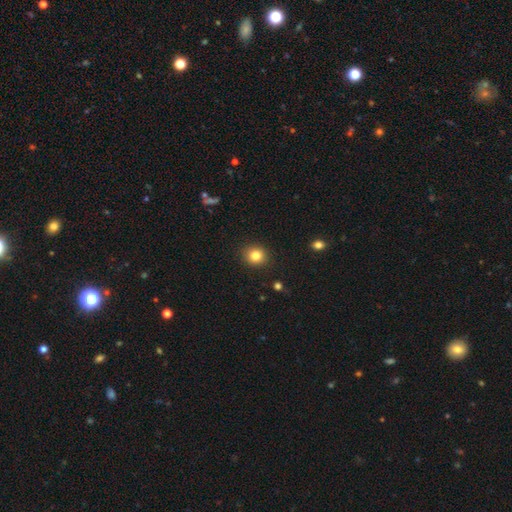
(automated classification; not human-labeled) This is clearly a smooth galaxy (83%). How rounded: clearly round (81%). Merging: clearly none (91%).